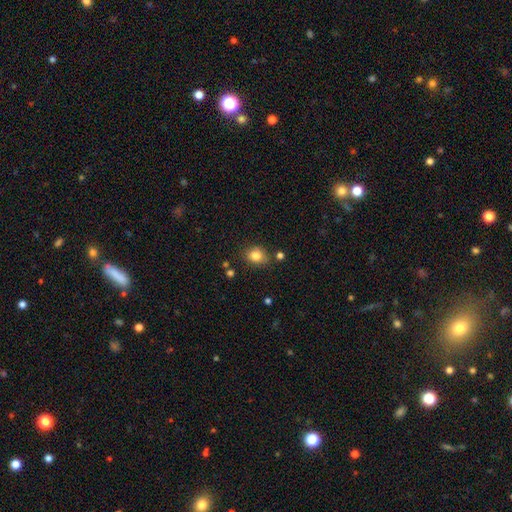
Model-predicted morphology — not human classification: Smooth or featured? Predicted: smooth (p=0.82). How rounded? Predicted: round (p=0.53). Merging? Predicted: none (p=0.76).